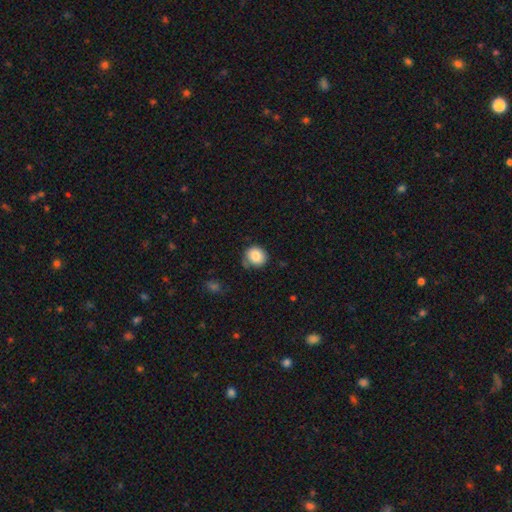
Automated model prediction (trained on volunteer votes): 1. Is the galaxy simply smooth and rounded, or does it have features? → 83% smooth, 9% star or artifact, 8% featured or disk.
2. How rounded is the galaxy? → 86% round, 13% in between, 1% cigar-shaped.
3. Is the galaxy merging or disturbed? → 74% none, 18% minor disturbance, 4% merger, 4% major disturbance.